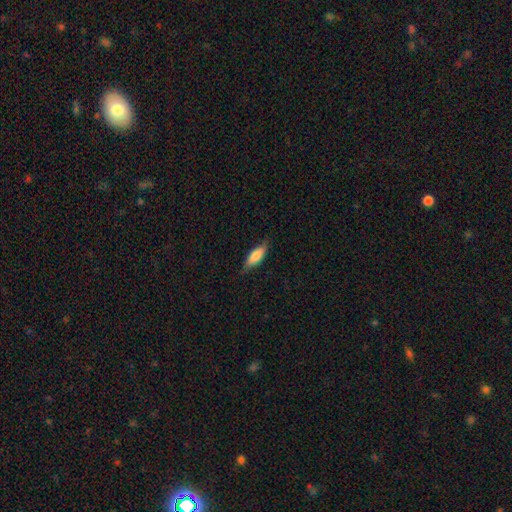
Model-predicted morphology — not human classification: Overall: smooth (77%). How rounded: in between (62%; cigar-shaped 36%). Merging: none (75%).